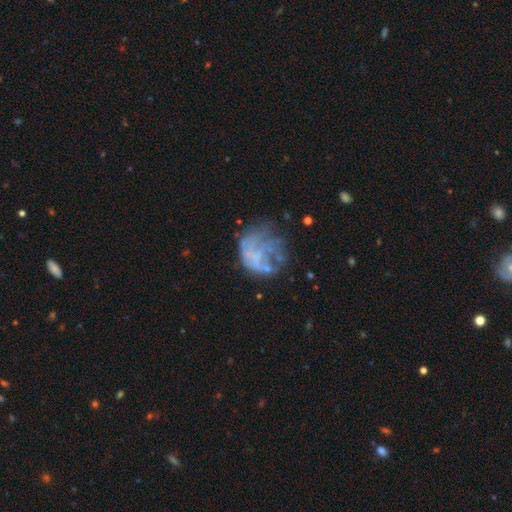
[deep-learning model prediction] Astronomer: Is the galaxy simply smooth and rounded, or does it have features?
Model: featured or disk — 56%.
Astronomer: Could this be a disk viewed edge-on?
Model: no — 98%.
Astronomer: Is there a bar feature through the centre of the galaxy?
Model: no — 90%.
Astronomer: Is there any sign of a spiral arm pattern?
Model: no — 87%.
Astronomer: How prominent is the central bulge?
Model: none — 82%.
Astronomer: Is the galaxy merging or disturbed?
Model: none — 39% (runner-up: major disturbance, 33%).